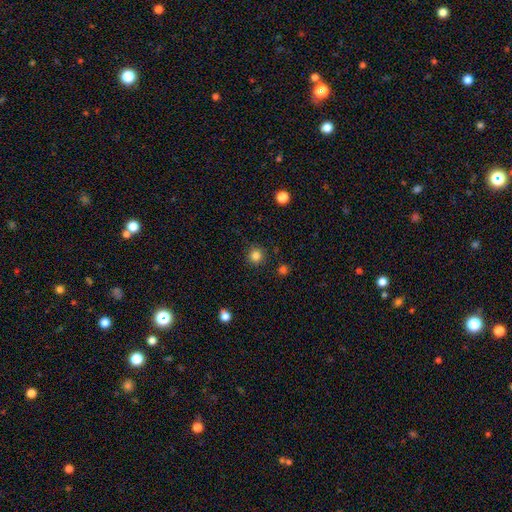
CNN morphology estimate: A smooth galaxy with no disk features (83%) that is round (93%).

Vote fractions:
- Smooth or featured? smooth: 83% / star or artifact: 12% / featured or disk: 4%
- How rounded? round: 93% / in between: 6% / cigar-shaped: 1%
- Merging? none: 89% / minor disturbance: 7% / major disturbance: 2% / merger: 2%